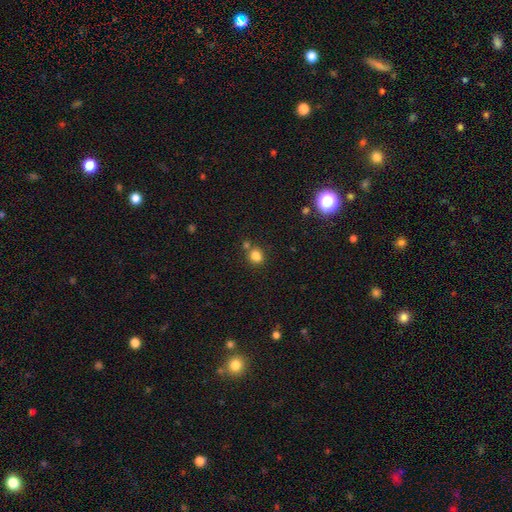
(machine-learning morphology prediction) Smooth or featured?
  - smooth: 82% *
  - star or artifact: 13%
  - featured or disk: 6%
How rounded?
  - round: 69% *
  - in between: 30%
  - cigar-shaped: 1%
Merging?
  - none: 65% *
  - merger: 21%
  - minor disturbance: 11%
  - major disturbance: 3%